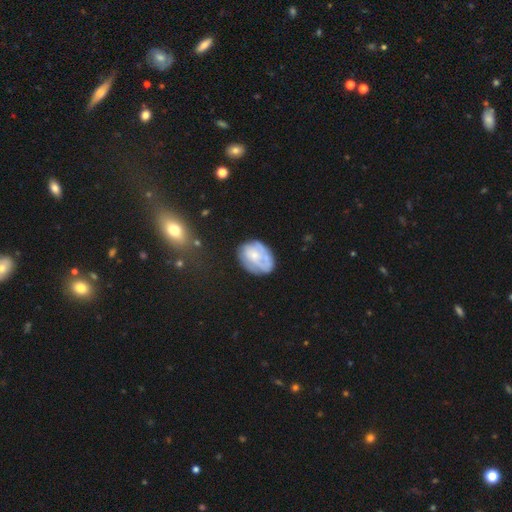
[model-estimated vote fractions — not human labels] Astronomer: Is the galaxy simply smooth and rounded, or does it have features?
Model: featured or disk — 50% (runner-up: smooth, 42%).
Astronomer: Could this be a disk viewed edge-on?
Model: no — 96%.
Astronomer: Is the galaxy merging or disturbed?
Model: none — 56%.